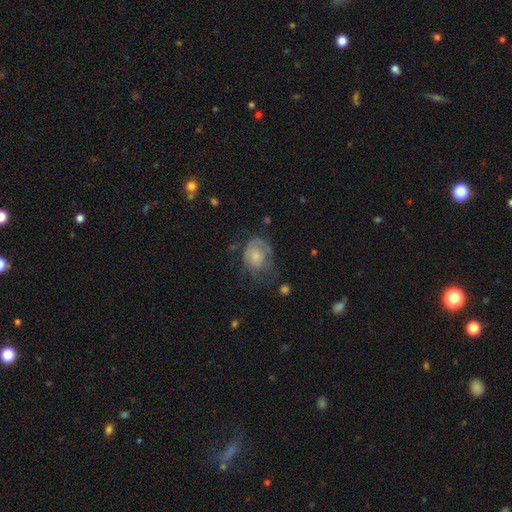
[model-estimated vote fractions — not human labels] Morphology: type=smooth (50%); merging=none (35%).